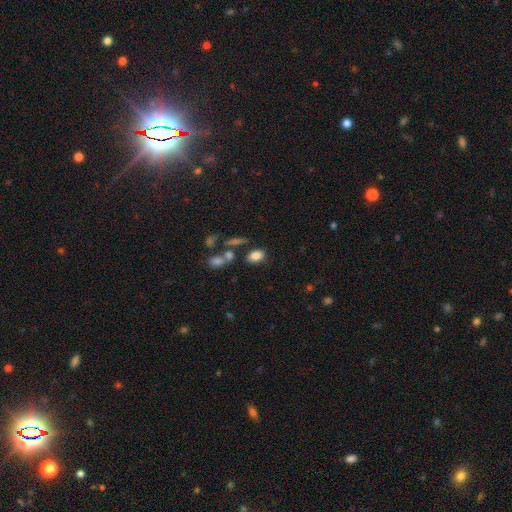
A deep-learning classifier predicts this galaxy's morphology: Smooth or featured? Predicted: smooth (p=0.82). How rounded? Predicted: in between (p=0.85). Merging? Predicted: none (p=0.70).